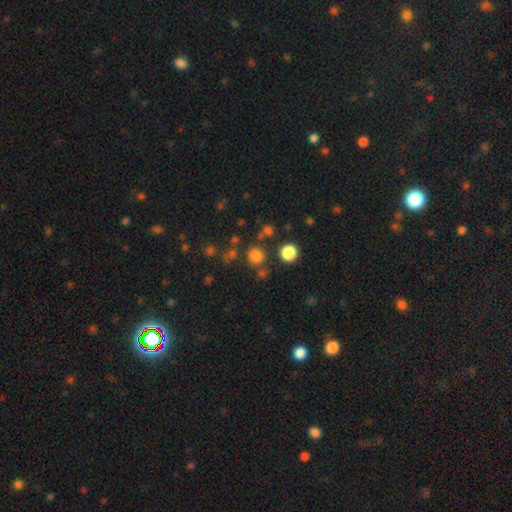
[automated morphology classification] This appears to be a smooth galaxy with no disk features (74%) that is round (88%). Merging: none (76%).